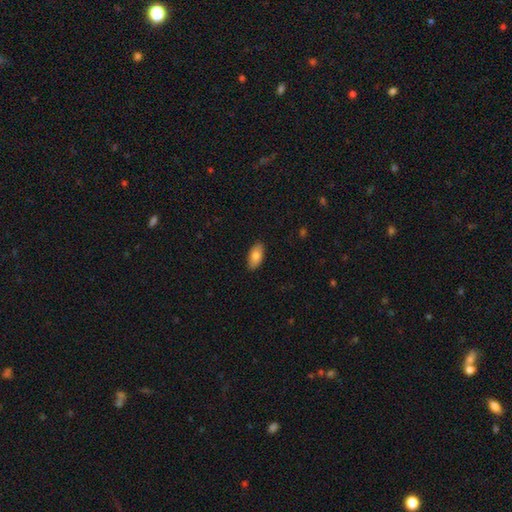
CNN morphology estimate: This is clearly a smooth galaxy (80%). How rounded: clearly in between (92%). Merging: clearly none (89%).